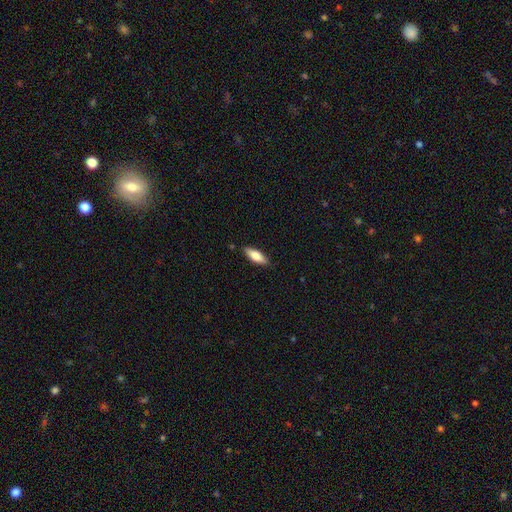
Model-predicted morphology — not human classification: Smooth or featured? smooth (75%)
How rounded? in between (60%)
Merging? none (84%)